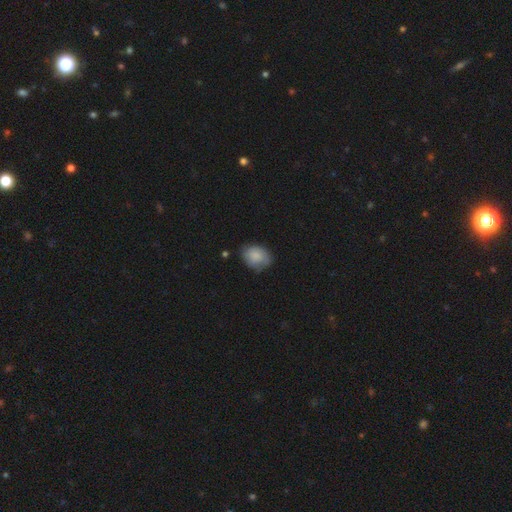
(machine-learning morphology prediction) smooth-or-featured: smooth: 80% | featured or disk: 13% | star or artifact: 7%
  how-rounded: in between: 65% | round: 34% | cigar-shaped: 1%
  merging: none: 62% | minor disturbance: 30% | major disturbance: 7% | merger: 2%